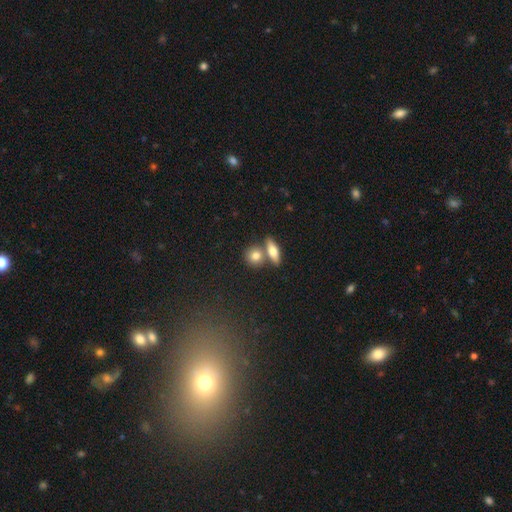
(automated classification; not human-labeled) Q: Smooth or featured?
A: smooth (75%); runner-up: featured or disk (17%)
Q: How rounded?
A: round (58%); runner-up: in between (34%)
Q: Merging?
A: none (58%); runner-up: merger (29%)